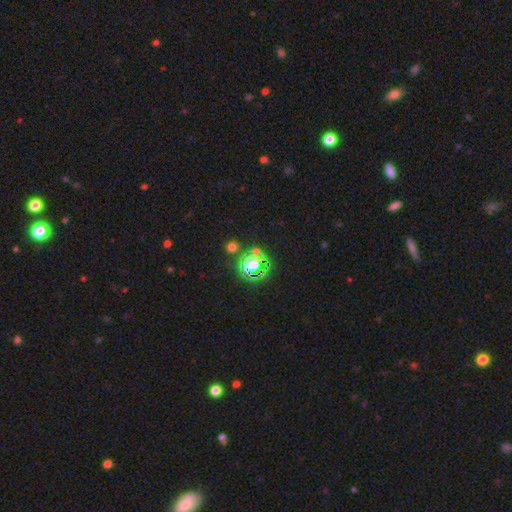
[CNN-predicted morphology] This is likely a star or artifact rather than a galaxy (71%).